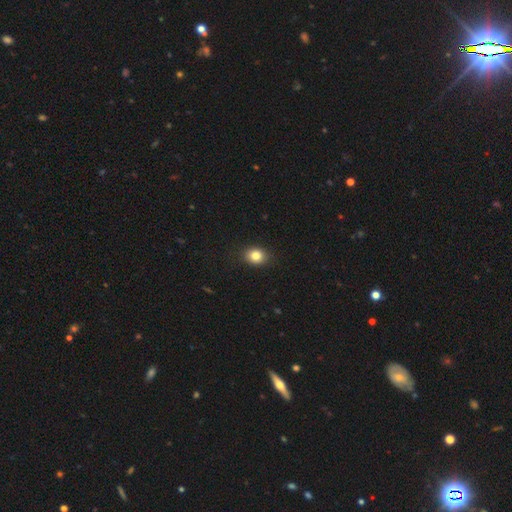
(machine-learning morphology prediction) smooth_or_featured: smooth (p=0.83) [alt: star or artifact p=0.10]
how_rounded: round (p=0.51) [alt: in between p=0.48]
merging: none (p=0.88) [alt: minor disturbance p=0.09]